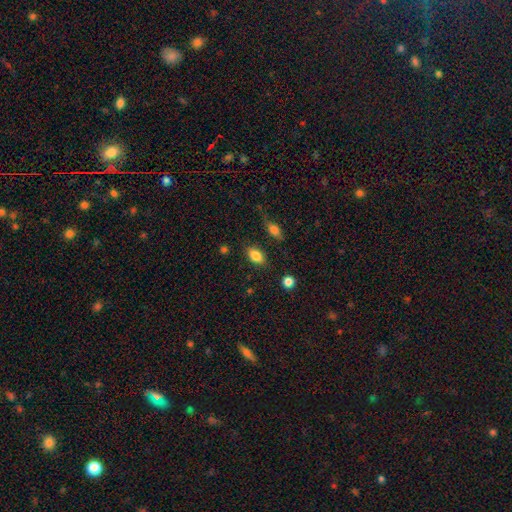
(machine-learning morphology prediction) Smooth or featured? Predicted: smooth (p=0.84). How rounded? Predicted: in between (p=0.85). Merging? Predicted: none (p=0.82).